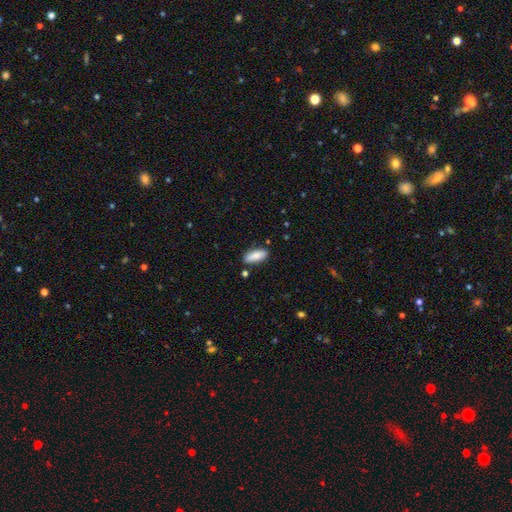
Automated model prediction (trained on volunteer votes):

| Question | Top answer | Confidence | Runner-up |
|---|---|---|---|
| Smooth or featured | smooth | 84% | featured or disk (10%) |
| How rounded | in between | 79% | cigar-shaped (19%) |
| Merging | none | 84% | minor disturbance (11%) |